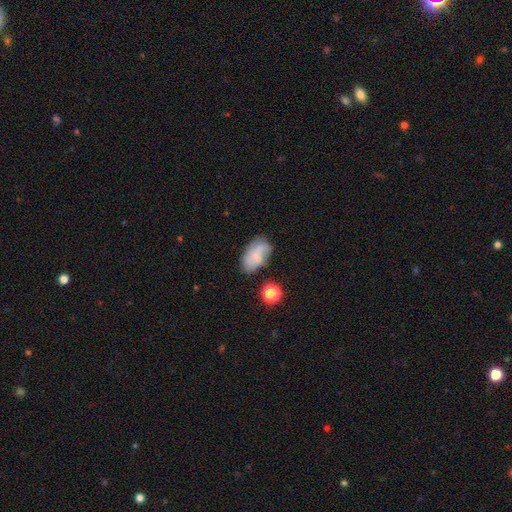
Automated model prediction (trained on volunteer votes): A smooth galaxy with no disk features (53%) that is in between round and cigar-shaped (89%). Merging: none (54%).